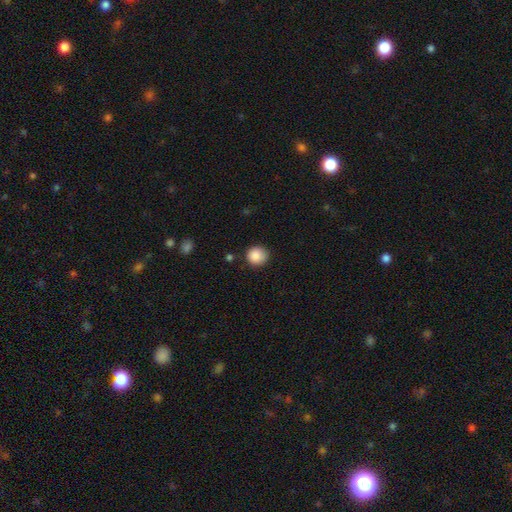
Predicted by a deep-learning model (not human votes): smooth_or_featured: smooth (p=0.88) [alt: star or artifact p=0.09]
how_rounded: round (p=0.89) [alt: in between p=0.10]
merging: none (p=0.84) [alt: minor disturbance p=0.12]